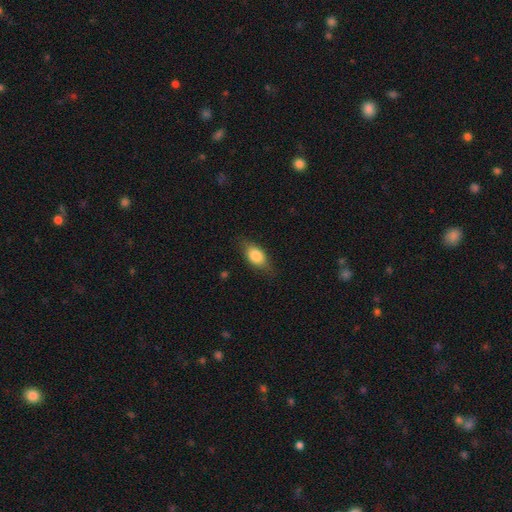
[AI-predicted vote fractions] Smooth or featured? Predicted: smooth (p=0.79). How rounded? Predicted: in between (p=0.83). Merging? Predicted: none (p=0.77).